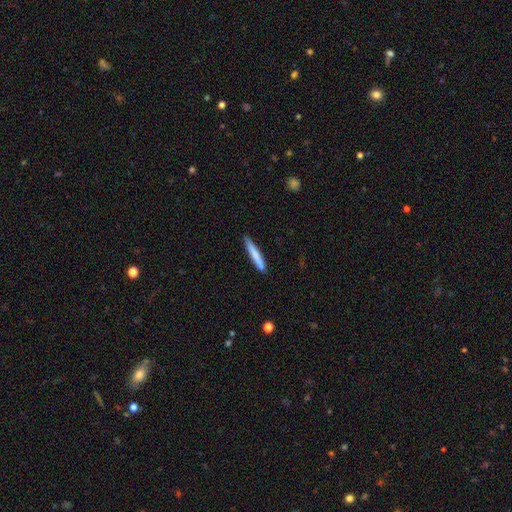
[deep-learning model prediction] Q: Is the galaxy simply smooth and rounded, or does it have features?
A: smooth — 73%.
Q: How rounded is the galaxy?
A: cigar-shaped — 95%.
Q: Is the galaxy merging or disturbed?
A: none — 86%.